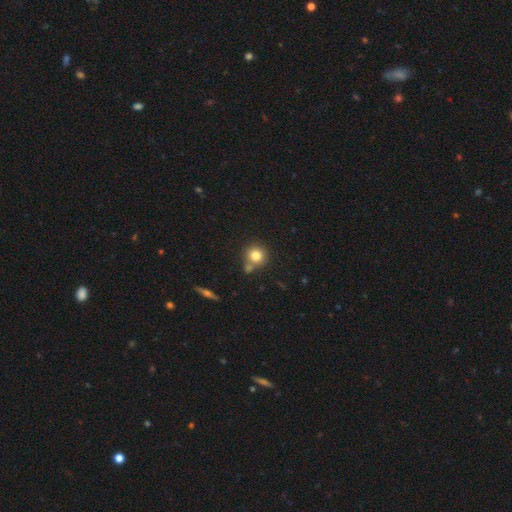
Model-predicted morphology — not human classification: Q: Smooth or featured?
A: smooth (79%); runner-up: star or artifact (11%)
Q: How rounded?
A: round (90%); runner-up: in between (9%)
Q: Merging?
A: none (65%); runner-up: merger (22%)